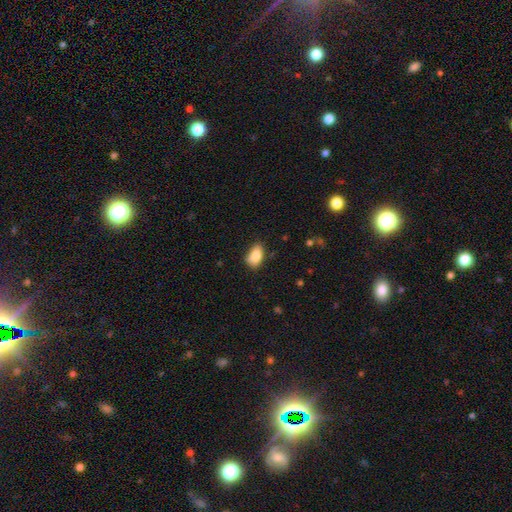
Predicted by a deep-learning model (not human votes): Q: Smooth or featured?
A: smooth (84%); runner-up: featured or disk (9%)
Q: How rounded?
A: in between (89%); runner-up: round (8%)
Q: Merging?
A: none (68%); runner-up: minor disturbance (25%)